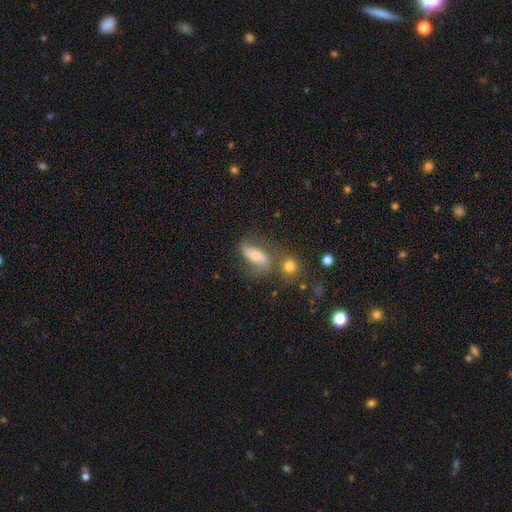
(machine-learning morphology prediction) This is possibly a featured or disk galaxy (51%). It is clearly not viewed edge-on (85%). Merging: possibly none (55%).